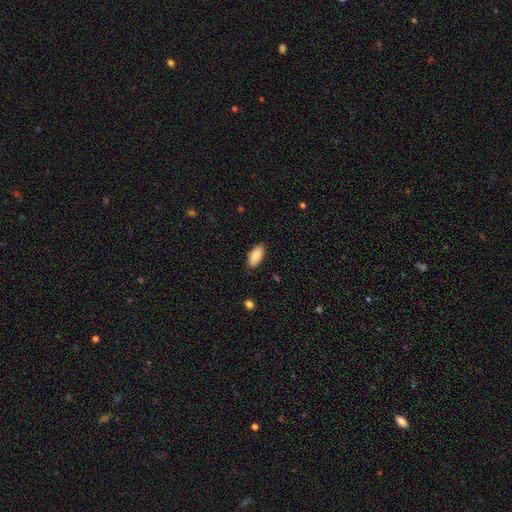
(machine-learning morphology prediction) Smooth or featured? smooth (86%)
How rounded? in between (90%)
Merging? none (86%)